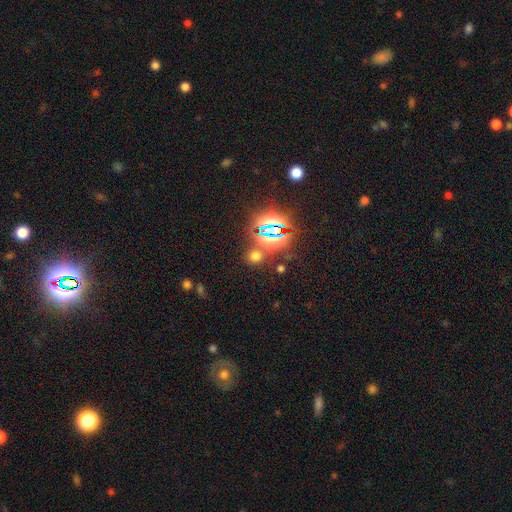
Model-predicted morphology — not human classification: Q: Smooth or featured?
A: smooth (51%); runner-up: star or artifact (43%)
Q: How rounded?
A: round (79%); runner-up: in between (19%)
Q: Merging?
A: none (79%); runner-up: merger (9%)